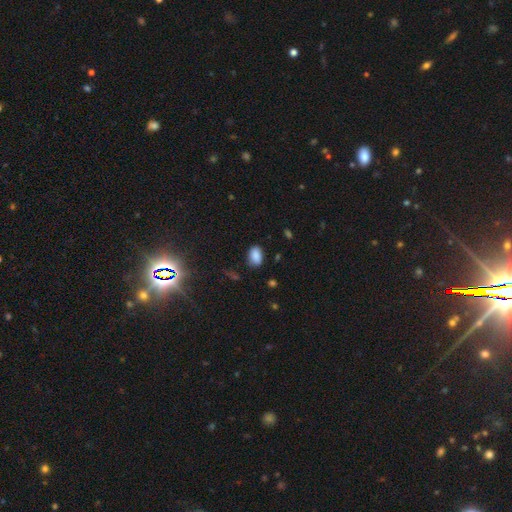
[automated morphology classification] A smooth galaxy with no disk features (85%) that is in between round and cigar-shaped (89%).

Vote fractions:
- Smooth or featured? smooth: 85% / star or artifact: 10% / featured or disk: 5%
- How rounded? in between: 89% / round: 9% / cigar-shaped: 2%
- Merging? none: 80% / minor disturbance: 15% / major disturbance: 3% / merger: 2%